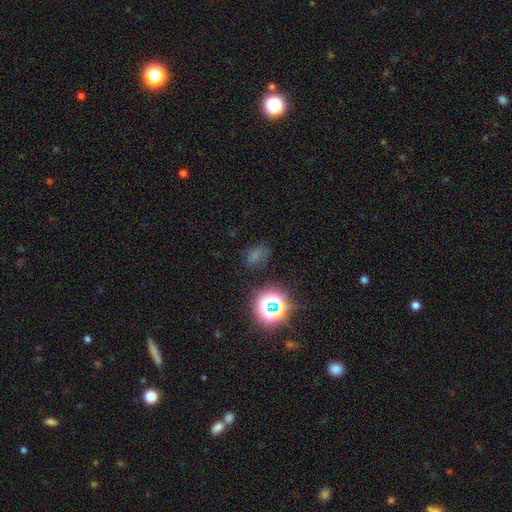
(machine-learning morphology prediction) This is possibly a smooth galaxy (53%). How rounded: likely in between (72%). Merging: likely none (70%).